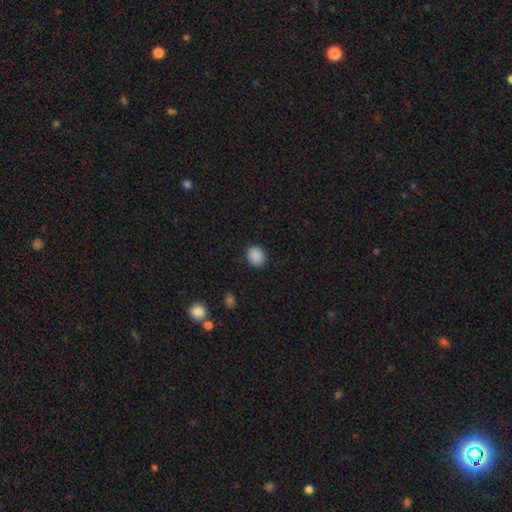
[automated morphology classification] Smooth or featured: smooth — 89% (star or artifact — 9%)
How rounded: round — 60% (in between — 39%)
Merging: none — 87% (minor disturbance — 9%)